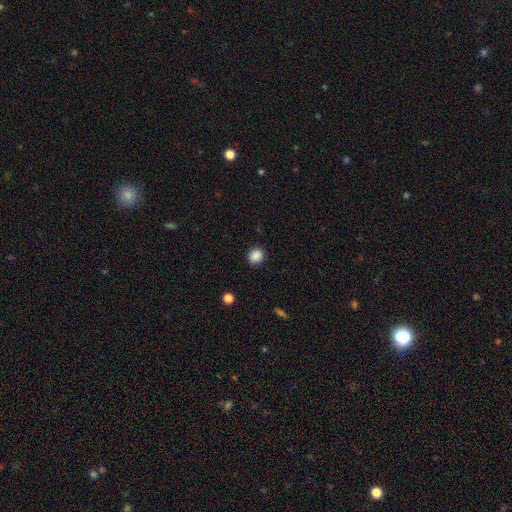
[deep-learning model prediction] Q: Smooth or featured?
A: smooth (87%); runner-up: star or artifact (10%)
Q: How rounded?
A: round (73%); runner-up: in between (26%)
Q: Merging?
A: none (89%); runner-up: minor disturbance (8%)